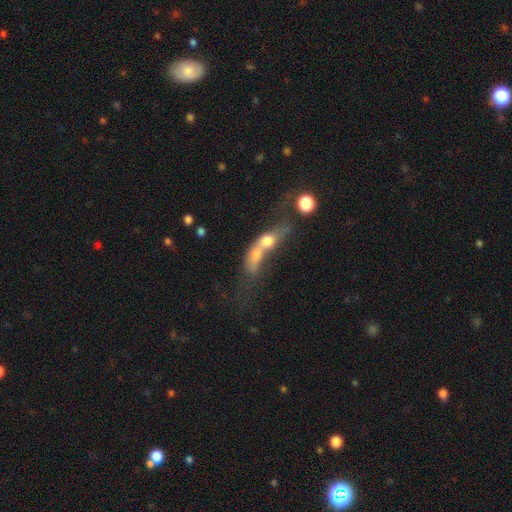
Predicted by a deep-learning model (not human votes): This appears to be a smooth galaxy with no disk features (58%) that is in between round and cigar-shaped (56%). Merging: merger (77%).